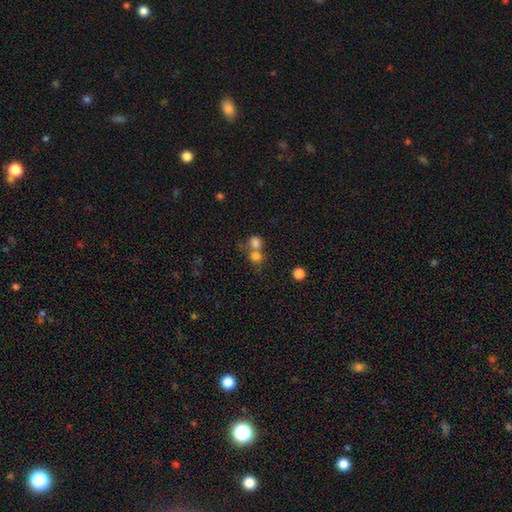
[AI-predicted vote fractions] The model was most divided on "merging": merger: 48%, none: 42%, minor disturbance: 6%, major disturbance: 4%. More confident: how rounded — round (82%); smooth or featured — smooth (77%).